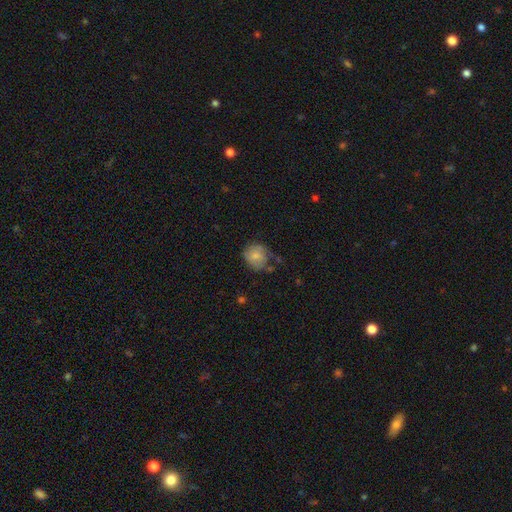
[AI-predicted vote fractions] smooth-or-featured: smooth: 77% | featured or disk: 15% | star or artifact: 8%
  how-rounded: round: 82% | in between: 17% | cigar-shaped: 1%
  merging: none: 62% | minor disturbance: 25% | major disturbance: 8% | merger: 5%